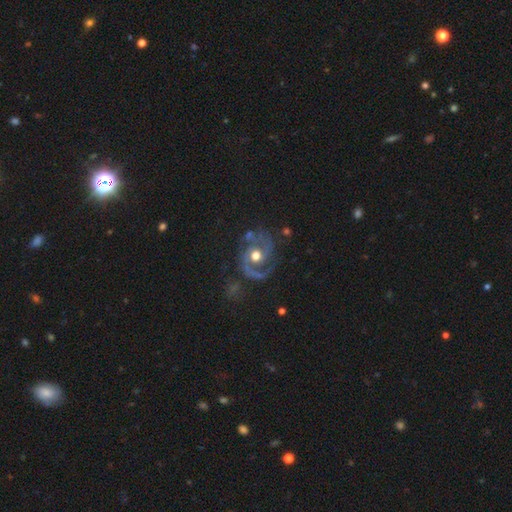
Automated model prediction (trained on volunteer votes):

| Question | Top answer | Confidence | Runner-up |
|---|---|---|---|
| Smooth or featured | featured or disk | 87% | smooth (7%) |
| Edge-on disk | no | 98% | yes (2%) |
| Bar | no | 73% | weak (21%) |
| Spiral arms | yes | 94% | no (6%) |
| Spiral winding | medium | 52% | tight (29%) |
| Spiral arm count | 2 | 80% | 3 (6%) |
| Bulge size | moderate | 74% | large (18%) |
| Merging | none | 65% | minor disturbance (19%) |